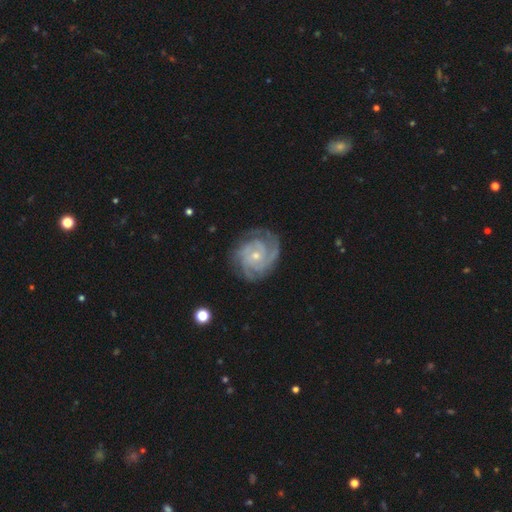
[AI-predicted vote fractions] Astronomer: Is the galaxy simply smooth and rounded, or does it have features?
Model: featured or disk — 89%.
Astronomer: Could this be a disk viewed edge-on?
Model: no — 98%.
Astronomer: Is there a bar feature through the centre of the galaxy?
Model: no — 74%.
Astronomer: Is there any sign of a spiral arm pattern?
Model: yes — 98%.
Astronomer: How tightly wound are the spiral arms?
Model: tight — 70%.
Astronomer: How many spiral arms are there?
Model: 3 — 34% (runner-up: can't tell, 20%).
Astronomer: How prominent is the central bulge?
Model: small — 63%.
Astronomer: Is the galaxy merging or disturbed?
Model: none — 76%.